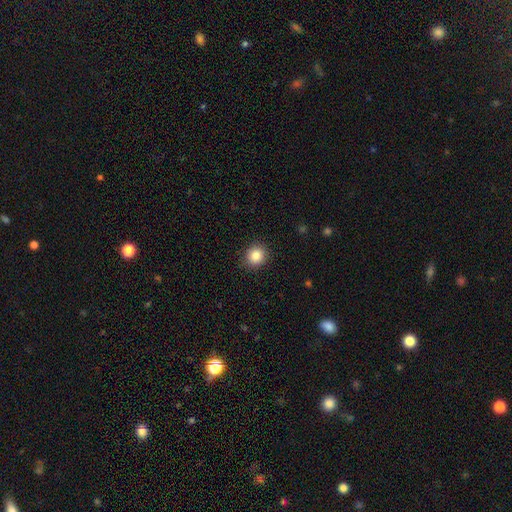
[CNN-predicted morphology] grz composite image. It shows a smooth galaxy with no disk features (84%) that is round (87%). Merging: none (90%).